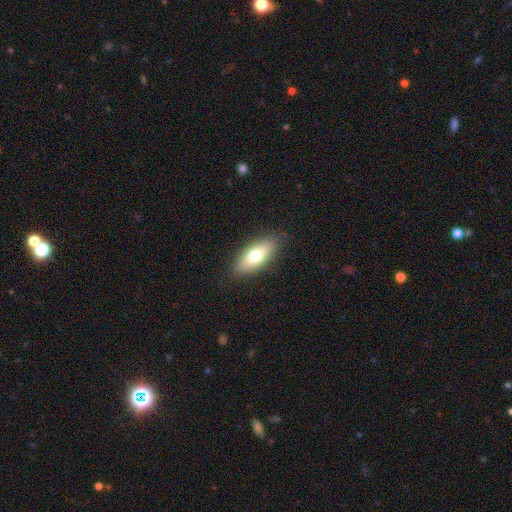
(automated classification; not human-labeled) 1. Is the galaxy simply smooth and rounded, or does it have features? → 68% smooth, 25% featured or disk, 7% star or artifact.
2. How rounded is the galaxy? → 73% in between, 24% cigar-shaped, 3% round.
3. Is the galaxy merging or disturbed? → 89% none, 8% minor disturbance, 2% major disturbance, 1% merger.